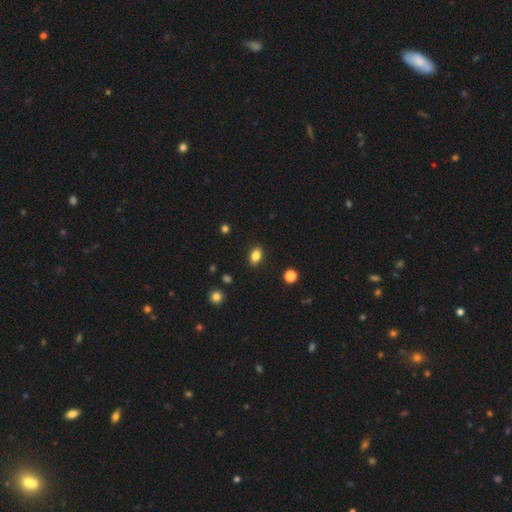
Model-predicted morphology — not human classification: Smooth or featured: smooth — 83% (star or artifact — 10%)
How rounded: in between — 80% (round — 18%)
Merging: none — 88% (minor disturbance — 9%)